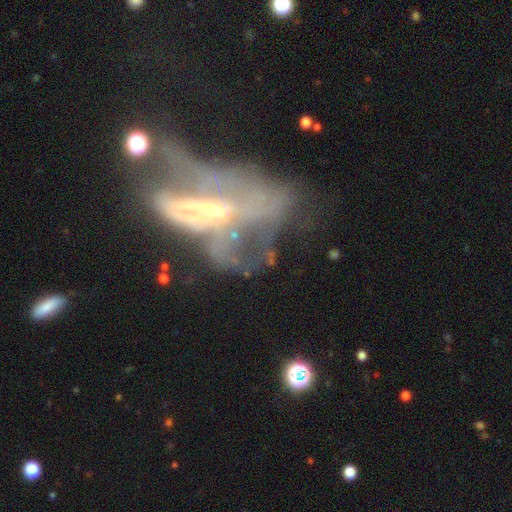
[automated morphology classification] smooth_or_featured: featured or disk (p=0.65) [alt: smooth p=0.19]
disk_edge_on: no (p=0.82) [alt: yes p=0.18]
bar: no (p=0.65) [alt: weak p=0.21]
has_spiral_arms: no (p=0.74) [alt: yes p=0.26]
bulge_size: moderate (p=0.40) [alt: small p=0.35]
merging: major disturbance (p=0.47) [alt: merger p=0.25]